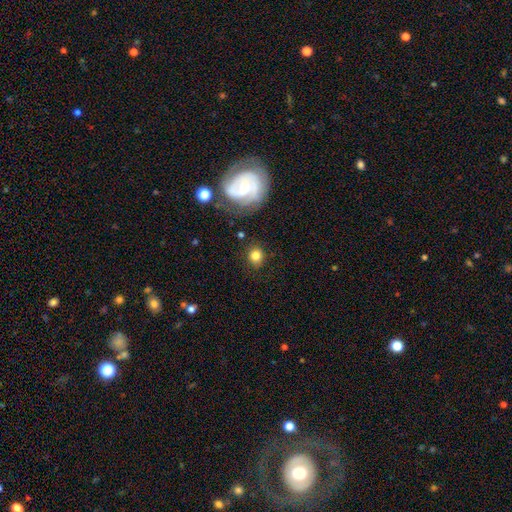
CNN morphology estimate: smooth_or_featured: smooth (p=0.76) [alt: featured or disk p=0.14]
how_rounded: round (p=0.79) [alt: in between p=0.20]
merging: none (p=0.83) [alt: minor disturbance p=0.10]